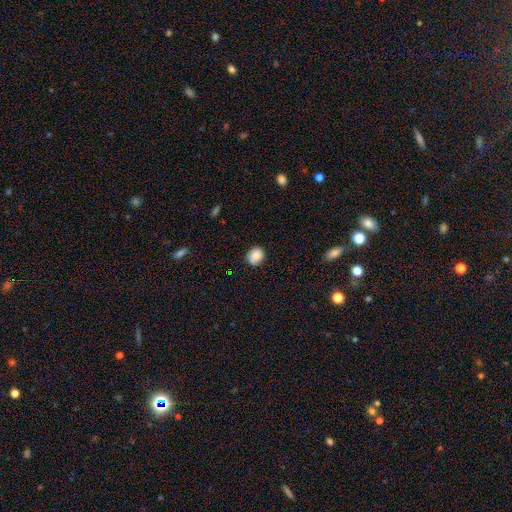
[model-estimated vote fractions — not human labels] A smooth galaxy with no disk features (82%) that is round (77%). Merging: none (77%).